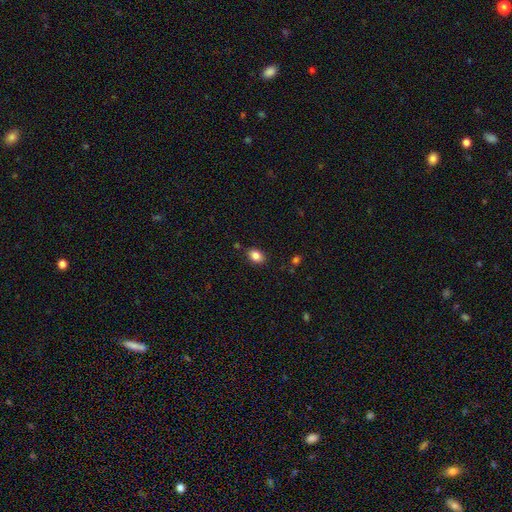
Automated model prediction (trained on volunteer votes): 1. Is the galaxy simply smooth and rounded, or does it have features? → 85% smooth, 10% star or artifact, 6% featured or disk.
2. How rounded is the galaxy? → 73% in between, 25% round, 1% cigar-shaped.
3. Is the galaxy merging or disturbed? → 83% none, 12% minor disturbance, 3% major disturbance, 2% merger.